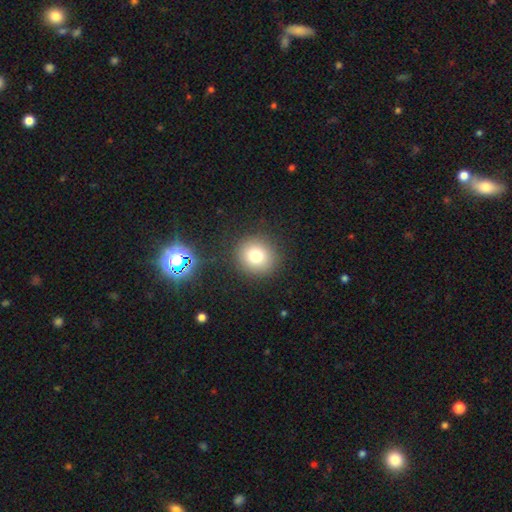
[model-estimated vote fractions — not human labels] Morphology: type=smooth (76%); roundness=round (88%); merging=none (88%).